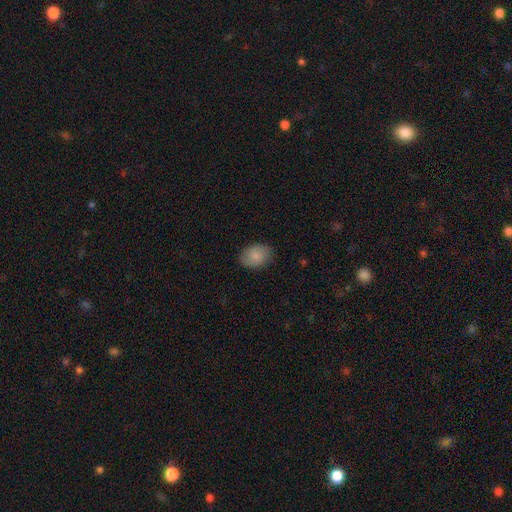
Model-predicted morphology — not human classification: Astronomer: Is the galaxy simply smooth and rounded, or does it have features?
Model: smooth — 81%.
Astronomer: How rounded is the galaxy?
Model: in between — 80%.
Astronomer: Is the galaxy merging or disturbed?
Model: none — 83%.